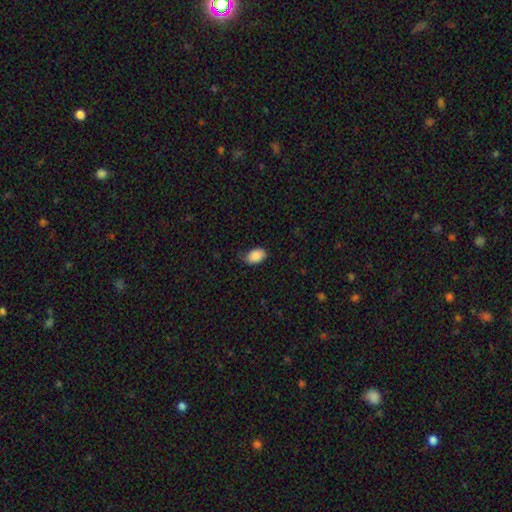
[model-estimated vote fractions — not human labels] smooth 89%, star or artifact 7%, featured or disk 4%. Down the decision tree: how rounded — in between (89%); merging — none (71%).